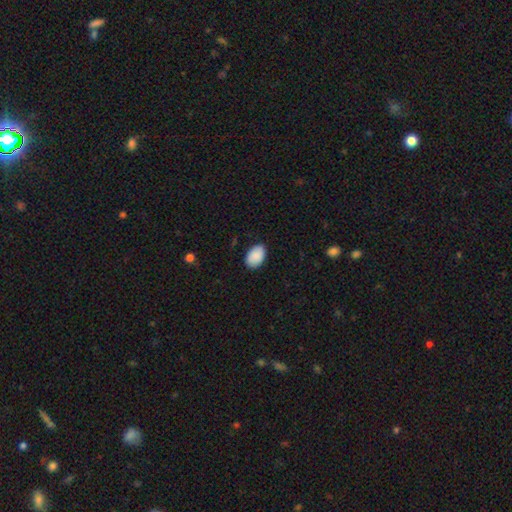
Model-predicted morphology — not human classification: Overall: smooth (90%). How rounded: in between (89%). Merging: none (86%).